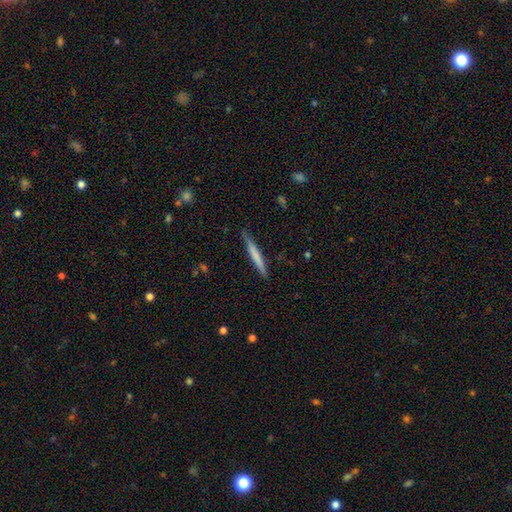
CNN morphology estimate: Q: Smooth or featured?
A: smooth (62%); runner-up: featured or disk (32%)
Q: How rounded?
A: cigar-shaped (96%); runner-up: in between (3%)
Q: Merging?
A: none (86%); runner-up: minor disturbance (11%)